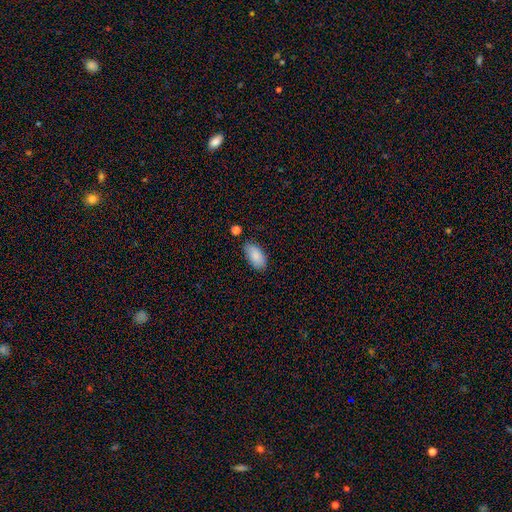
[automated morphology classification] Smooth or featured? smooth (87%)
How rounded? in between (94%)
Merging? none (75%)